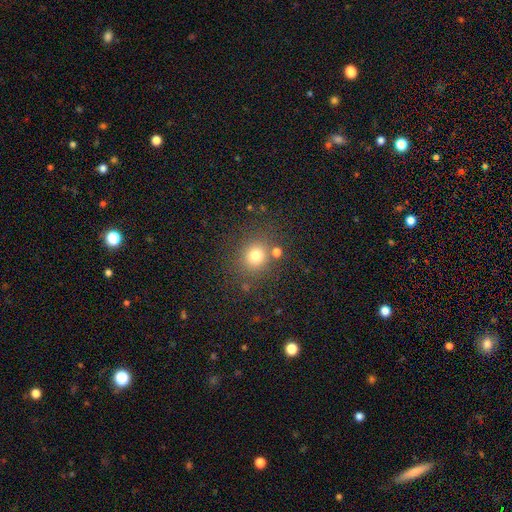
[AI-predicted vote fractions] Morphology: type=smooth (75%); roundness=round (84%); merging=none (79%).